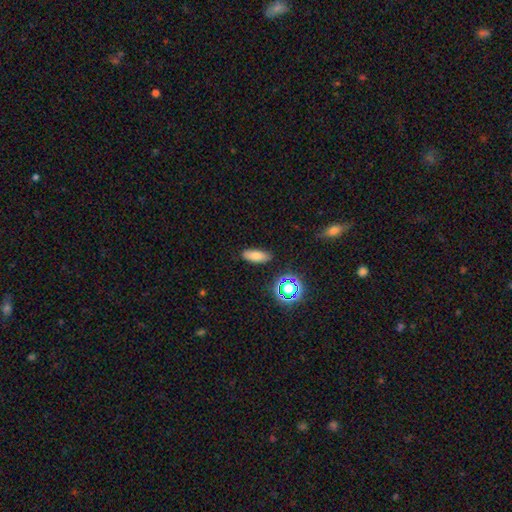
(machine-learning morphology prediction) smooth 76%, star or artifact 15%, featured or disk 10%. Down the decision tree: how rounded — in between (75%); merging — none (85%).